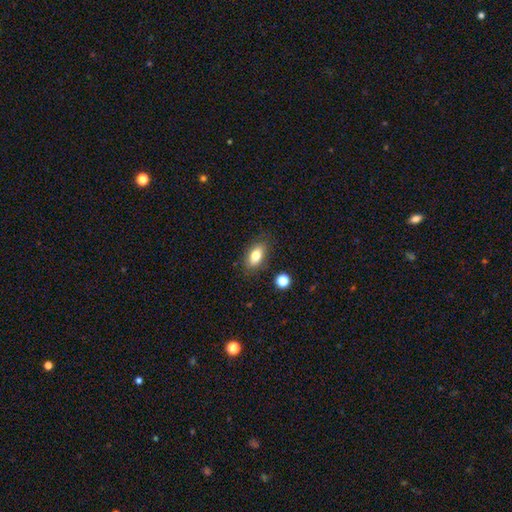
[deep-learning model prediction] Smooth or featured? Predicted: smooth (p=0.77). How rounded? Predicted: in between (p=0.87). Merging? Predicted: none (p=0.81).